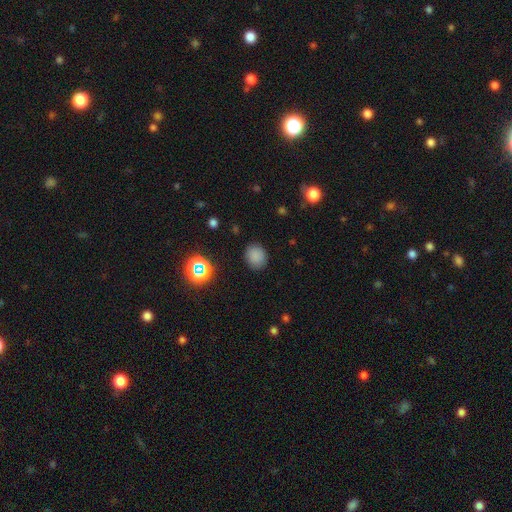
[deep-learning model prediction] smooth 81%, star or artifact 14%, featured or disk 5%. Down the decision tree: how rounded — round (74%); merging — none (86%).